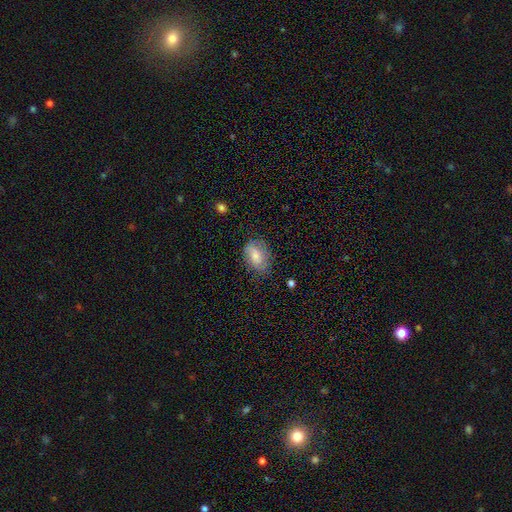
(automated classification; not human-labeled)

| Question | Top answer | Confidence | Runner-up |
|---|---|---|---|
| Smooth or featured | smooth | 60% | featured or disk (32%) |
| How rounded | in between | 82% | round (16%) |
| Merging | none | 68% | minor disturbance (24%) |